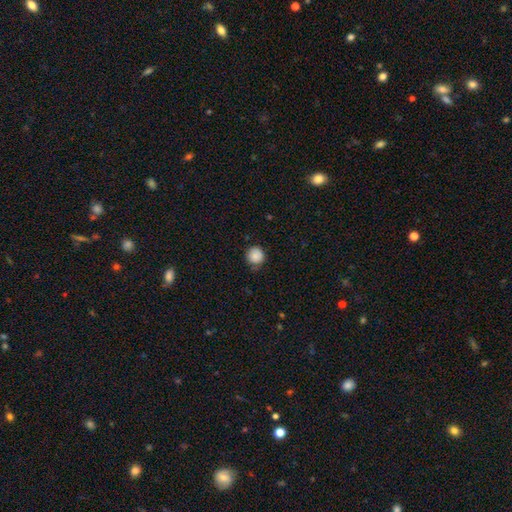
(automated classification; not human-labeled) smooth_or_featured: smooth (p=0.87) [alt: star or artifact p=0.09]
how_rounded: round (p=0.92) [alt: in between p=0.07]
merging: none (p=0.76) [alt: minor disturbance p=0.19]